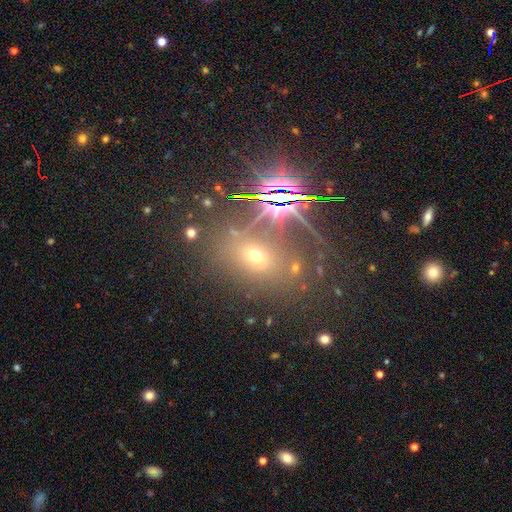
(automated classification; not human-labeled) Smooth or featured?
  - star or artifact: 46% *
  - smooth: 37%
  - featured or disk: 17%